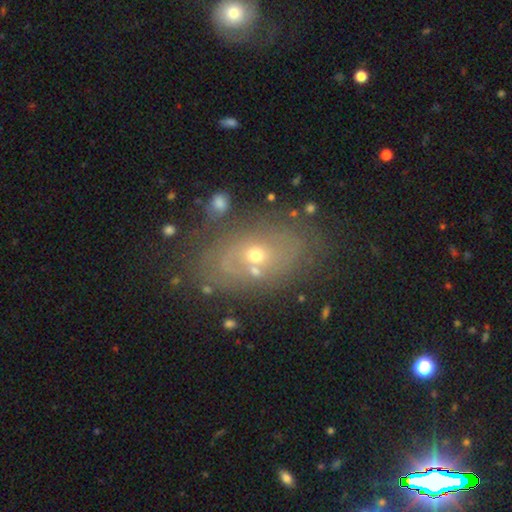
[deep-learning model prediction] This appears to be a featured or disk galaxy (62%) with no bar (86%), spiral arms (54%) and a small central bulge (52%). Merging: none (66%).